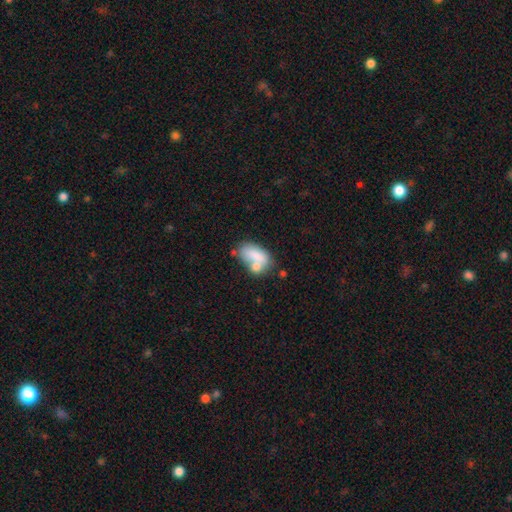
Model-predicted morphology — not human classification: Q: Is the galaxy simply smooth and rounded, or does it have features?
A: smooth — 71%.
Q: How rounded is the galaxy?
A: in between — 88%.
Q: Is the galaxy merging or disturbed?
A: merger — 44%.